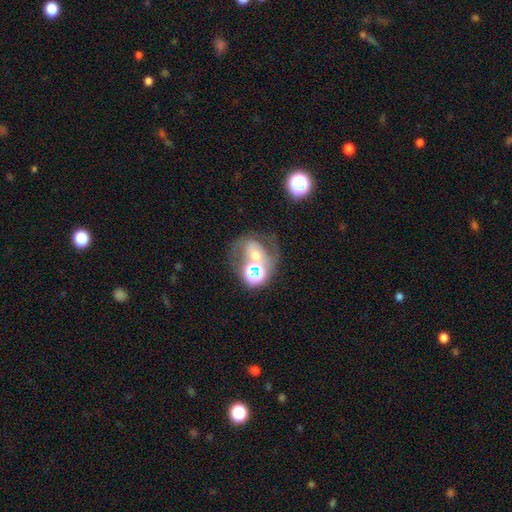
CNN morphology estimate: Smooth or featured? Predicted: featured or disk (p=0.53). Edge-on disk? Predicted: no (p=0.96). Bar? Predicted: no (p=0.53). Spiral arms? Predicted: yes (p=0.65). Bulge size? Predicted: moderate (p=0.49). Merging? Predicted: none (p=0.42).